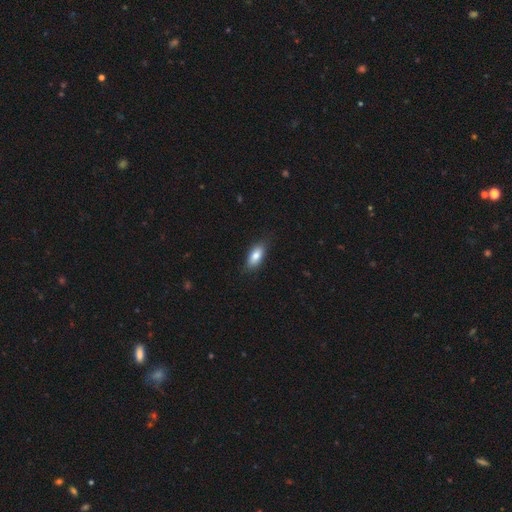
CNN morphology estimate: type=smooth (82%); roundness=in between (83%); merging=none (82%).